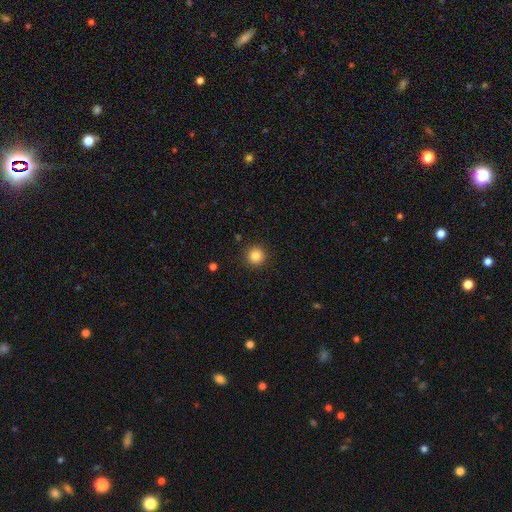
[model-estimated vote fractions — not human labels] smooth-or-featured: smooth: 84% | star or artifact: 11% | featured or disk: 5%
  how-rounded: round: 96% | in between: 4% | cigar-shaped: 1%
  merging: none: 92% | minor disturbance: 5% | major disturbance: 2% | merger: 1%